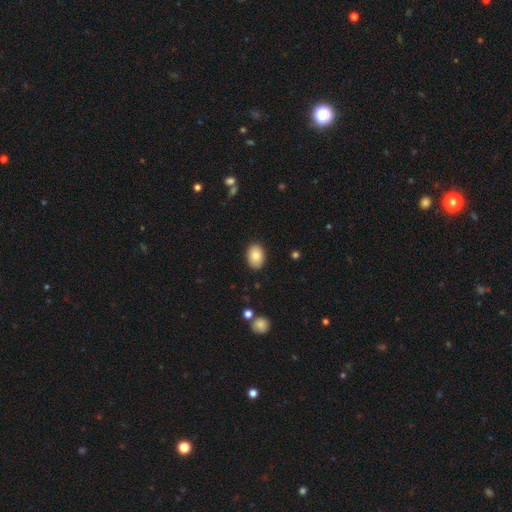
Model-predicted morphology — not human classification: A smooth galaxy with no disk features (83%) that is in between round and cigar-shaped (83%). Merging: none (88%).